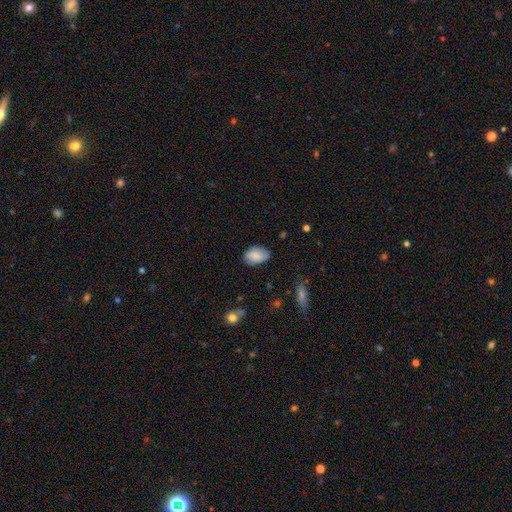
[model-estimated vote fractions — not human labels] A smooth galaxy with no disk features (78%) that is in between round and cigar-shaped (88%). Merging: none (75%).